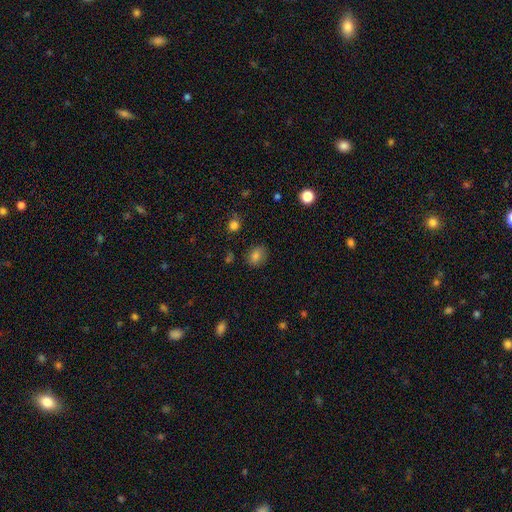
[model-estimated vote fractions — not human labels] smooth 79%, star or artifact 13%, featured or disk 8%. Down the decision tree: how rounded — in between (59%); merging — none (82%).